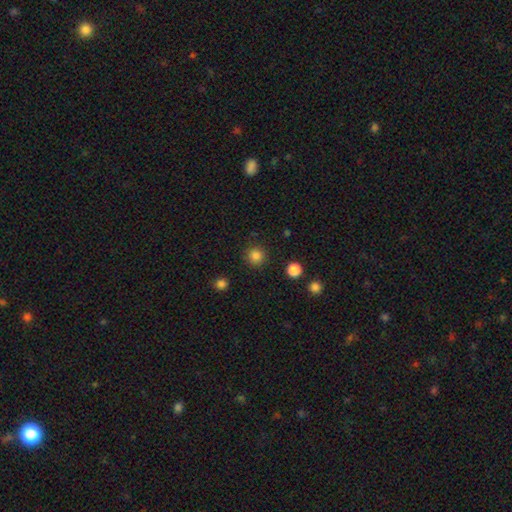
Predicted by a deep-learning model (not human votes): Smooth or featured: smooth — 84% (star or artifact — 12%)
How rounded: round — 94% (in between — 5%)
Merging: none — 90% (minor disturbance — 6%)